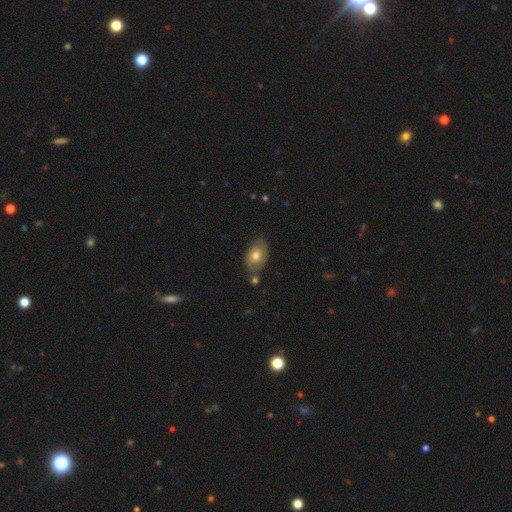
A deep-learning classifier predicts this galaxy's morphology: A smooth galaxy with no disk features (69%) that is in between round and cigar-shaped (84%).

Vote fractions:
- Smooth or featured? smooth: 69% / featured or disk: 24% / star or artifact: 8%
- How rounded? in between: 84% / round: 15% / cigar-shaped: 1%
- Merging? none: 65% / minor disturbance: 20% / merger: 10% / major disturbance: 5%